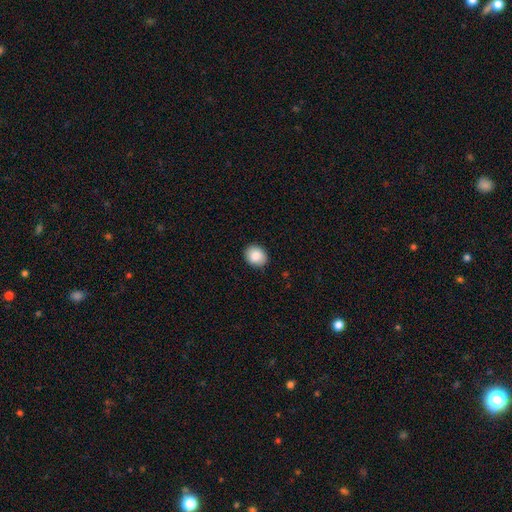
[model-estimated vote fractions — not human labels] Q: Smooth or featured?
A: smooth (87%); runner-up: star or artifact (8%)
Q: How rounded?
A: round (61%); runner-up: in between (38%)
Q: Merging?
A: none (89%); runner-up: minor disturbance (8%)